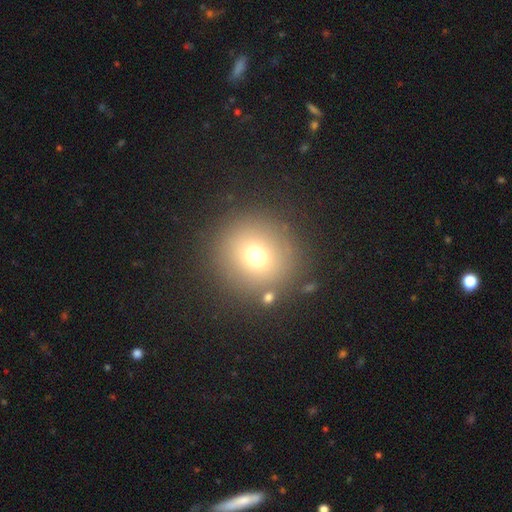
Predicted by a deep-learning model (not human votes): Smooth or featured?
  - smooth: 71% *
  - star or artifact: 17%
  - featured or disk: 12%
How rounded?
  - round: 92% *
  - in between: 7%
  - cigar-shaped: 1%
Merging?
  - none: 85% *
  - minor disturbance: 7%
  - merger: 4%
  - major disturbance: 4%